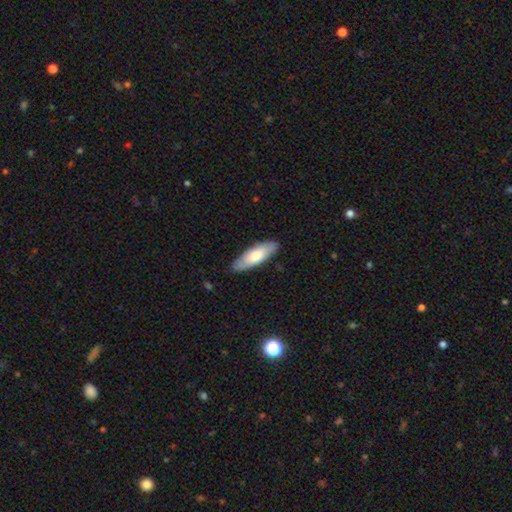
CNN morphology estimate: Smooth or featured? Predicted: smooth (p=0.69). How rounded? Predicted: in between (p=0.58). Merging? Predicted: none (p=0.84).